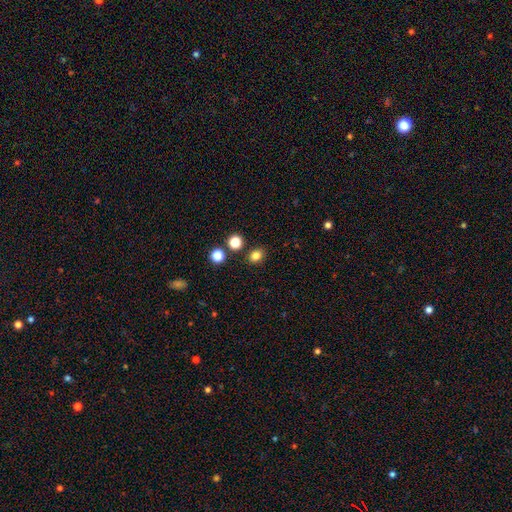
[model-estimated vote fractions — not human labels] A smooth galaxy with no disk features (82%) that is round (54%). Merging: none (85%).